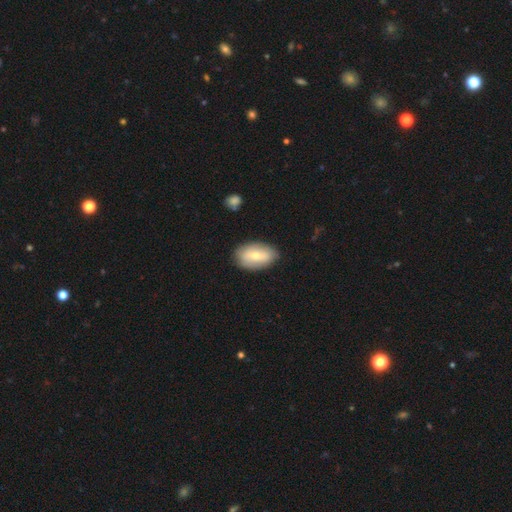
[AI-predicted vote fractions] smooth_or_featured: smooth (p=0.60) [alt: featured or disk p=0.33]
how_rounded: in between (p=0.91) [alt: round p=0.07]
merging: none (p=0.83) [alt: minor disturbance p=0.13]